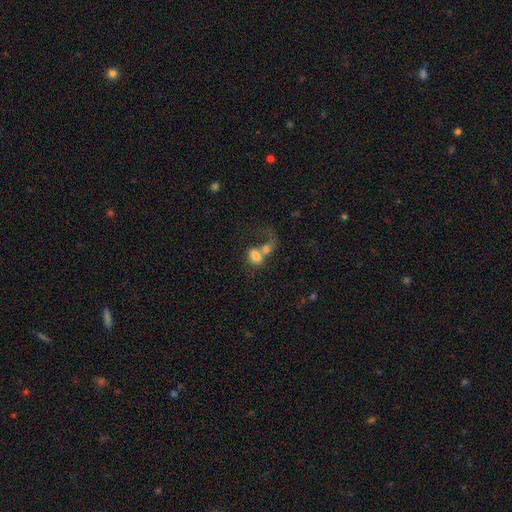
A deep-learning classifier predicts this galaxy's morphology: smooth 68%, featured or disk 22%, star or artifact 10%. Down the decision tree: how rounded — in between (70%); merging — merger (68%).